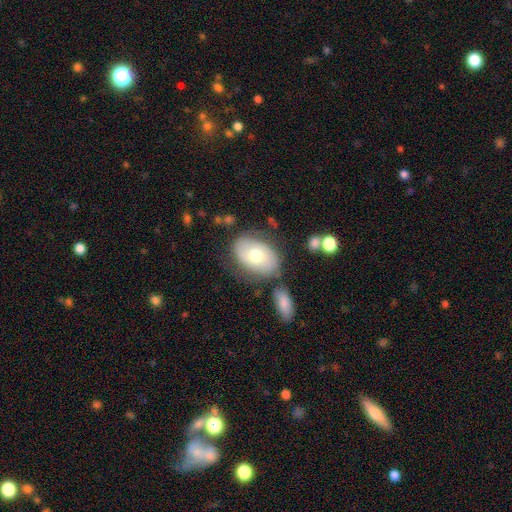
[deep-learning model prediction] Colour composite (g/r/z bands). It shows a smooth galaxy with no disk features (59%) that is in between round and cigar-shaped (86%). Merging: none (67%).